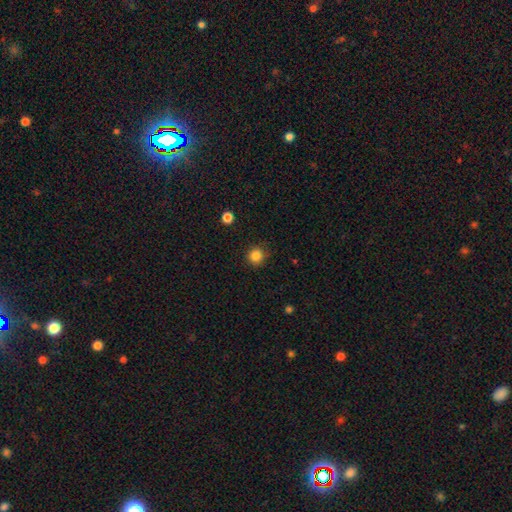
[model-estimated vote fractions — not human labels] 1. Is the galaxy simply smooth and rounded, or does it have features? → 85% smooth, 12% star or artifact, 3% featured or disk.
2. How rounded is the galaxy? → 93% round, 6% in between, 1% cigar-shaped.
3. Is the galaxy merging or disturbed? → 88% none, 9% minor disturbance, 2% major disturbance, 1% merger.